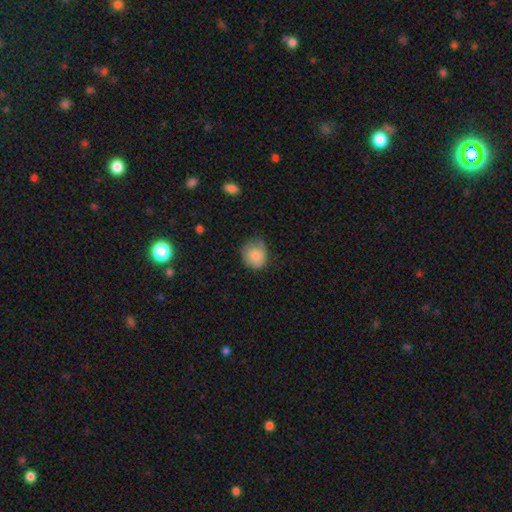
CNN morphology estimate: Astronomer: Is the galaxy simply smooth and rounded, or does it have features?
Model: smooth — 77%.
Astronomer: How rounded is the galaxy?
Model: round — 72%.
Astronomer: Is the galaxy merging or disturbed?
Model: none — 54% (runner-up: minor disturbance, 34%).